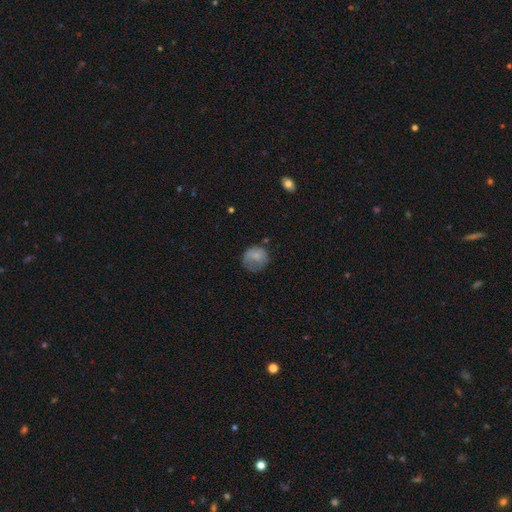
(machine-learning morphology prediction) smooth_or_featured: smooth (p=0.75) [alt: featured or disk p=0.15]
how_rounded: round (p=0.80) [alt: in between p=0.19]
merging: none (p=0.54) [alt: minor disturbance p=0.28]